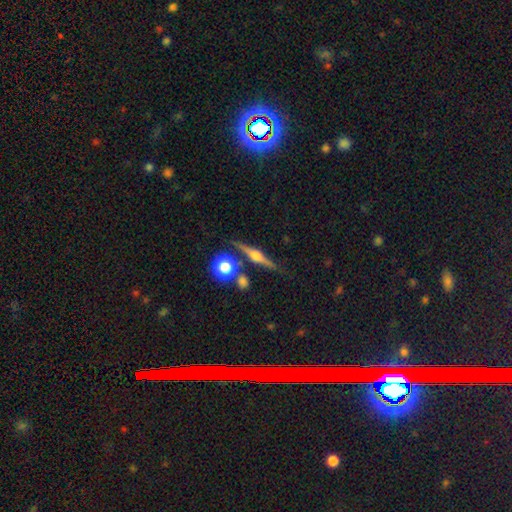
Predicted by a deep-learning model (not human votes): smooth-or-featured: featured or disk: 78% | smooth: 14% | star or artifact: 7%
  disk-edge-on: yes: 97% | no: 3%
    edge-on-bulge: rounded: 92% | boxy: 5% | none: 2%
  merging: none: 84% | minor disturbance: 8% | merger: 6% | major disturbance: 2%